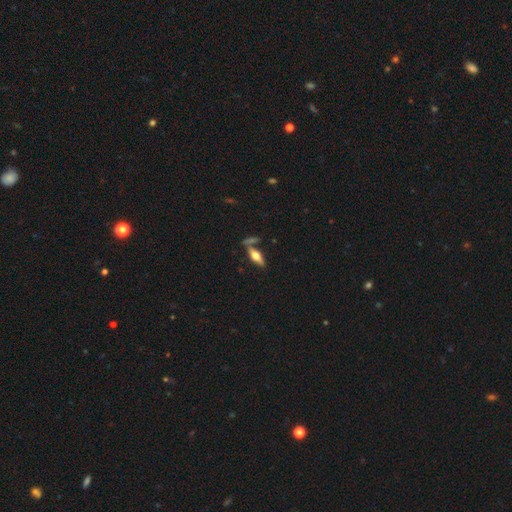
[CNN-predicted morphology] The model was most divided on "smooth or featured": featured or disk: 53%, smooth: 40%, star or artifact: 7%. More confident: edge-on disk — yes (91%); merging — none (69%).